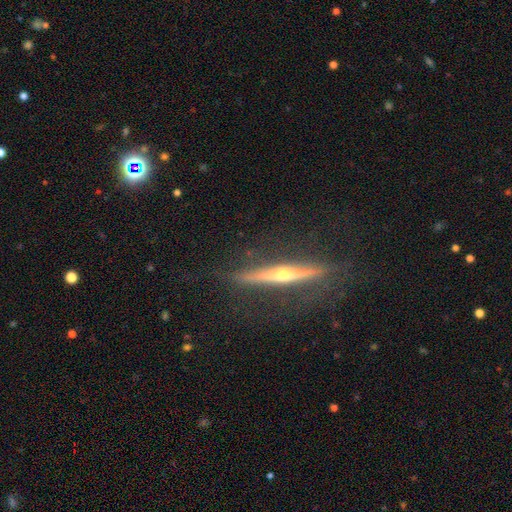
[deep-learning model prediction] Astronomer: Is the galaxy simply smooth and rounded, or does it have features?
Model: featured or disk — 79%.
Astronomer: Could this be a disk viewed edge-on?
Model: yes — 96%.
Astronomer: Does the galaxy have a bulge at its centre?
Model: rounded — 85%.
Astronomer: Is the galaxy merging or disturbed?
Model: none — 85%.